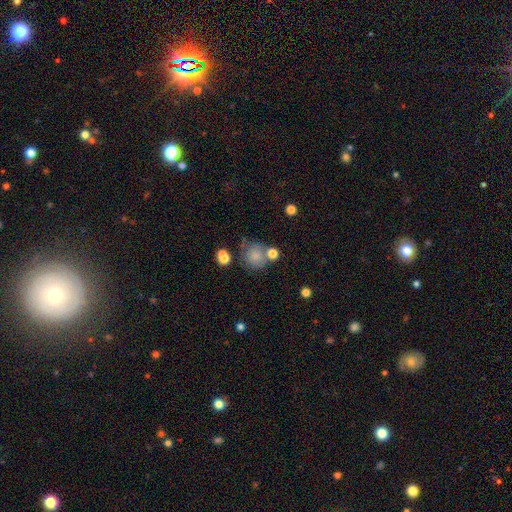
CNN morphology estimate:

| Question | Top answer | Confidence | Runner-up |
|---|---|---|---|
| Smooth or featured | smooth | 79% | star or artifact (11%) |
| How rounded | round | 86% | in between (13%) |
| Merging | none | 60% | merger (18%) |